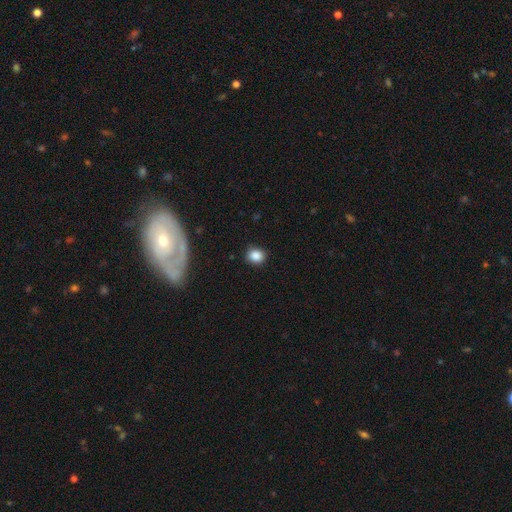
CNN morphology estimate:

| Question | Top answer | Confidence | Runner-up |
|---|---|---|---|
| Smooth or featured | smooth | 86% | star or artifact (10%) |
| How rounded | round | 69% | in between (30%) |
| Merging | none | 86% | minor disturbance (11%) |